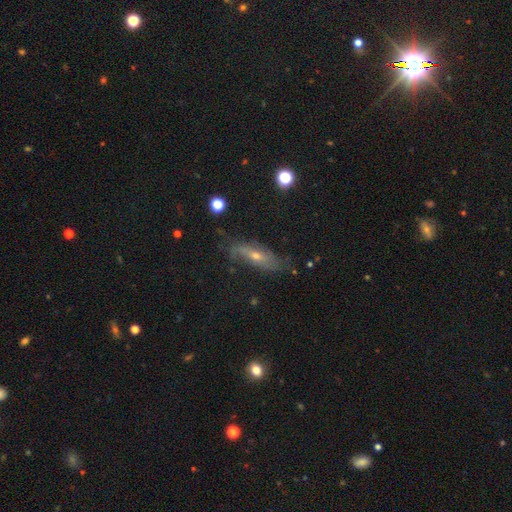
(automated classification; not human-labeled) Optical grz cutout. It shows a featured or disk galaxy (61%). Merging: none (62%).